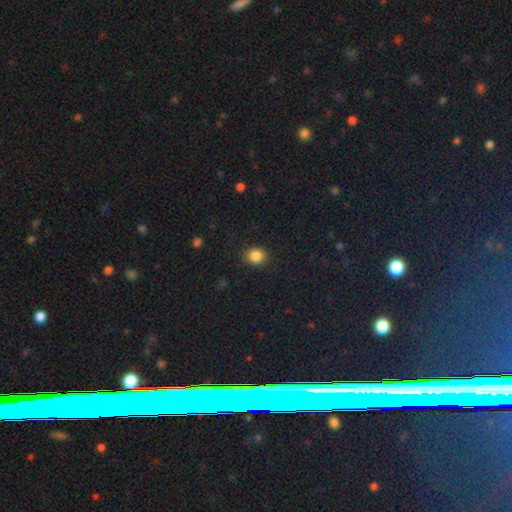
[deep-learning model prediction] A smooth galaxy with no disk features (86%) that is round (70%). Merging: none (88%).